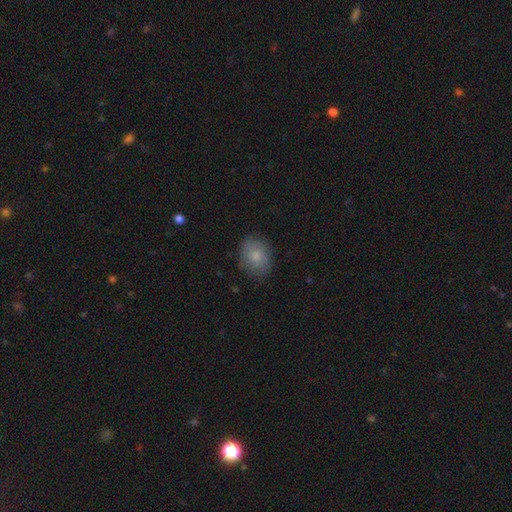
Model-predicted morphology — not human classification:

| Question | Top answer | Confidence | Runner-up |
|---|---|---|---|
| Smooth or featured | smooth | 82% | featured or disk (11%) |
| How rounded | in between | 61% | round (38%) |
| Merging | none | 79% | minor disturbance (16%) |